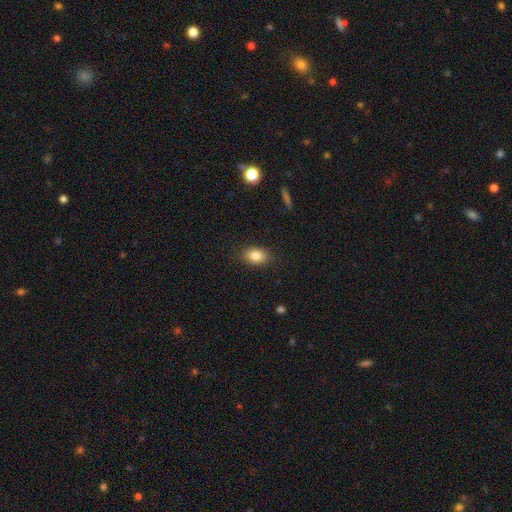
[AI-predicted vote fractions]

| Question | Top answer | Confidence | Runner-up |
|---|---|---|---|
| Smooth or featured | smooth | 84% | star or artifact (9%) |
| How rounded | in between | 80% | round (18%) |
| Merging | none | 85% | minor disturbance (11%) |